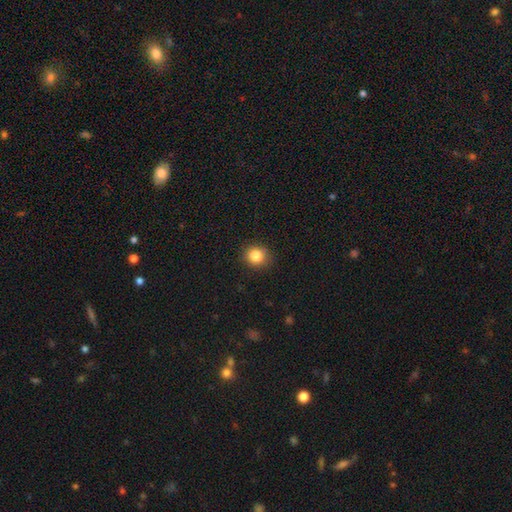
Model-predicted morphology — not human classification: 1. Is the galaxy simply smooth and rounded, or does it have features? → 83% smooth, 11% star or artifact, 5% featured or disk.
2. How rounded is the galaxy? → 86% round, 13% in between, 1% cigar-shaped.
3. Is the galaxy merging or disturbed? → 89% none, 7% minor disturbance, 2% major disturbance, 1% merger.